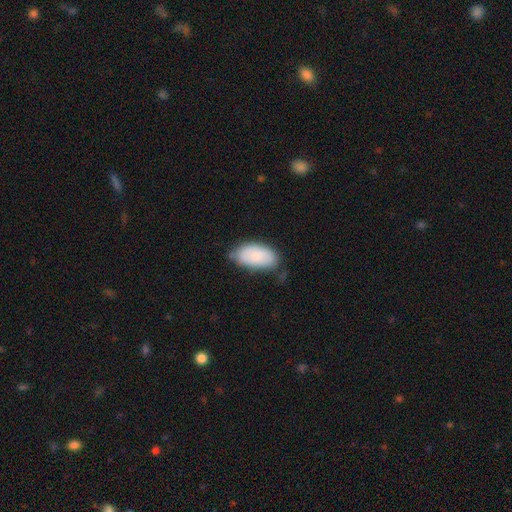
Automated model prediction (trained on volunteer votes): Smooth or featured? smooth (82%)
How rounded? in between (95%)
Merging? none (63%)